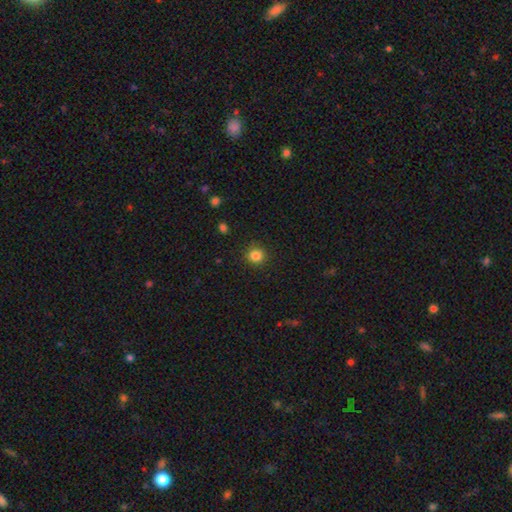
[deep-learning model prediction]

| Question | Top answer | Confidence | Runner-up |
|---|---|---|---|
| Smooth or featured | smooth | 85% | star or artifact (11%) |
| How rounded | round | 92% | in between (7%) |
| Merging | none | 89% | minor disturbance (8%) |